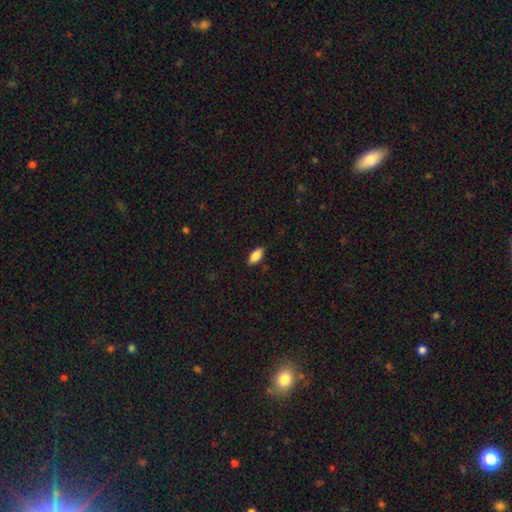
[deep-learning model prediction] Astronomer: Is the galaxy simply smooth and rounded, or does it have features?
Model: smooth — 86%.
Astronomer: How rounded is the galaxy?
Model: in between — 89%.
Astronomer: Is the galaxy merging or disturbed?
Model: none — 86%.